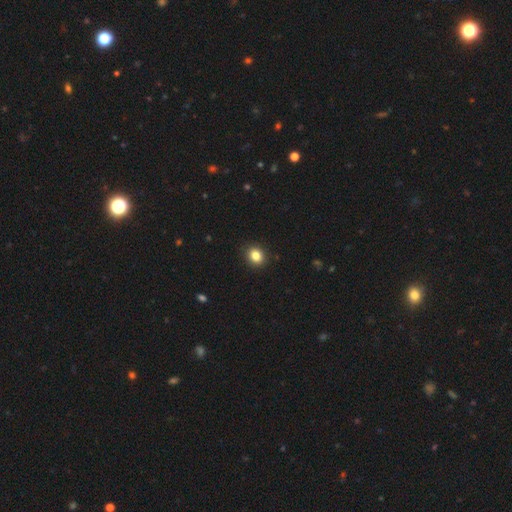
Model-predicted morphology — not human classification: A smooth galaxy with no disk features (85%) that is round (64%).

Vote fractions:
- Smooth or featured? smooth: 85% / star or artifact: 10% / featured or disk: 5%
- How rounded? round: 64% / in between: 36% / cigar-shaped: 1%
- Merging? none: 90% / minor disturbance: 7% / major disturbance: 2% / merger: 1%